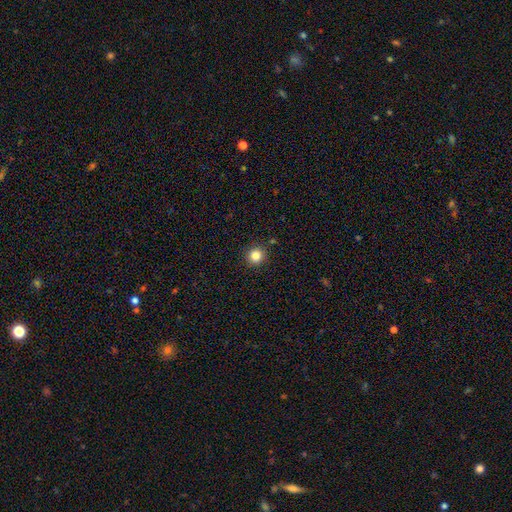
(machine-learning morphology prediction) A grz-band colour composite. It shows a smooth galaxy with no disk features (84%) that is round (93%). Merging: none (91%).